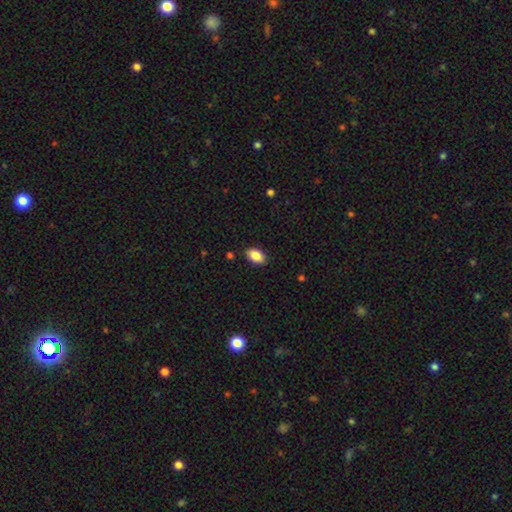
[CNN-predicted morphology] type=smooth (88%); roundness=in between (91%); merging=none (88%).